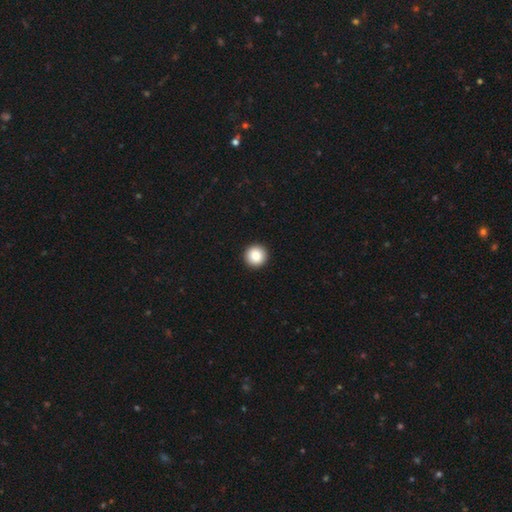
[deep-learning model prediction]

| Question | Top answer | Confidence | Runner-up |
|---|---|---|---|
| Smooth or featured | smooth | 85% | star or artifact (9%) |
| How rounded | round | 96% | in between (3%) |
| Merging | none | 94% | minor disturbance (4%) |